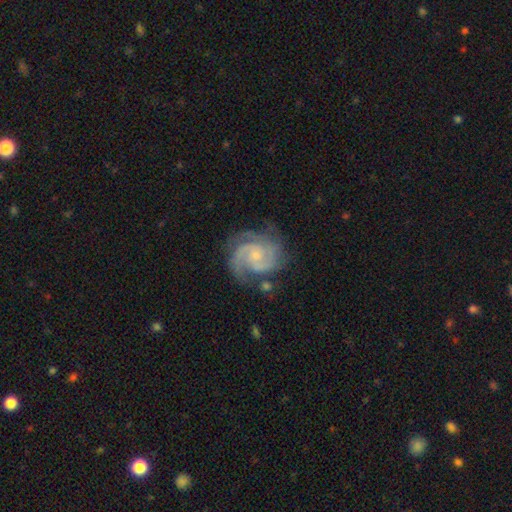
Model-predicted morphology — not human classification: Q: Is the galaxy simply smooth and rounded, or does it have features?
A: featured or disk — 91%.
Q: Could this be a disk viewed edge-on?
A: no — 98%.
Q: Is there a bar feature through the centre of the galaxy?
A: no — 67%.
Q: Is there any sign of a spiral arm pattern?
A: yes — 98%.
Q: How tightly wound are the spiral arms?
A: tight — 49%.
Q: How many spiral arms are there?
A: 2 — 45%.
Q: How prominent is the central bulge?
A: small — 72%.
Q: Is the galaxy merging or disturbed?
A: none — 71%.